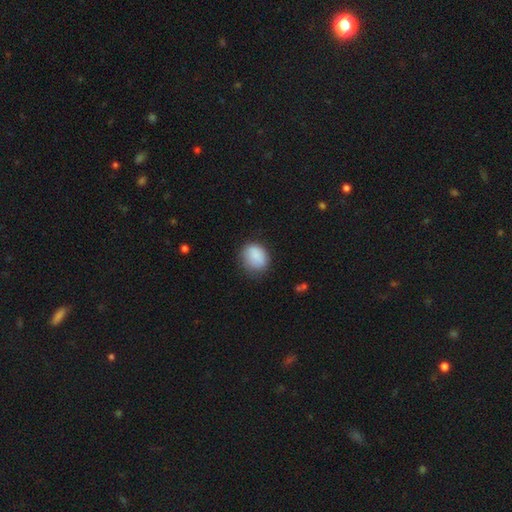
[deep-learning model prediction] smooth 85%, star or artifact 8%, featured or disk 7%. Down the decision tree: how rounded — round (54%); merging — none (66%).